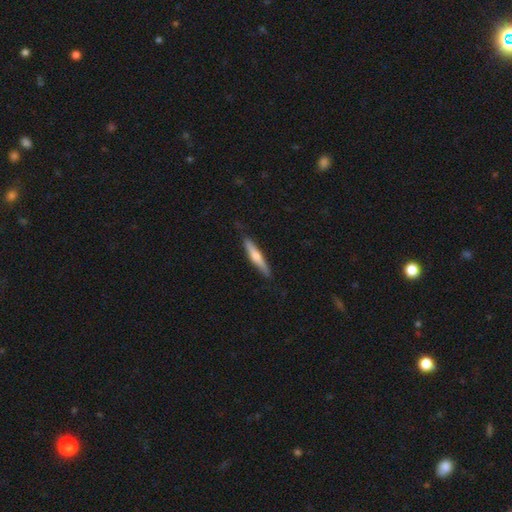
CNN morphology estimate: Smooth or featured? smooth (55%)
How rounded? cigar-shaped (90%)
Merging? none (84%)